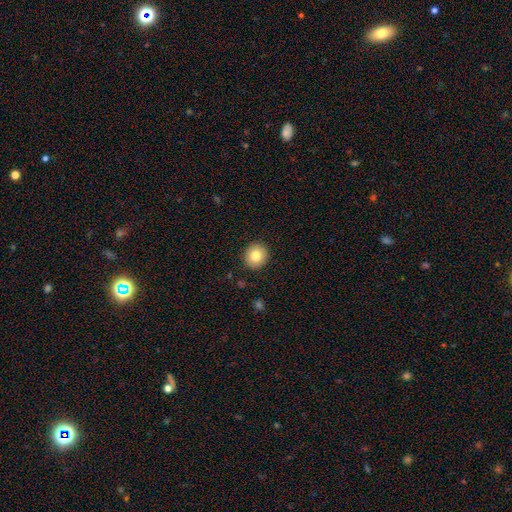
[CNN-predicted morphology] smooth_or_featured: smooth (p=0.82) [alt: featured or disk p=0.09]
how_rounded: round (p=0.86) [alt: in between p=0.14]
merging: none (p=0.90) [alt: minor disturbance p=0.07]